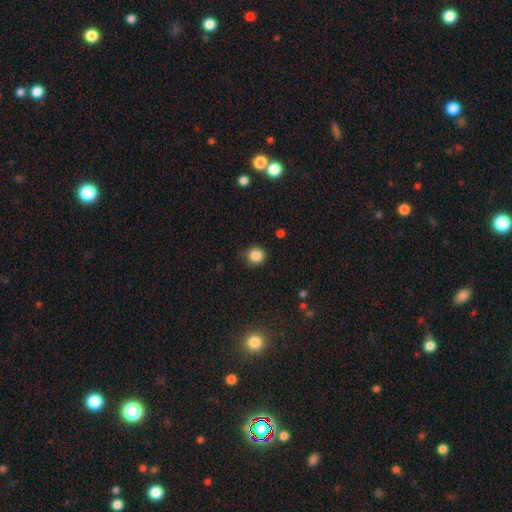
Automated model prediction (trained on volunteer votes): Smooth or featured: smooth — 85% (star or artifact — 11%)
How rounded: round — 88% (in between — 11%)
Merging: none — 78% (minor disturbance — 17%)